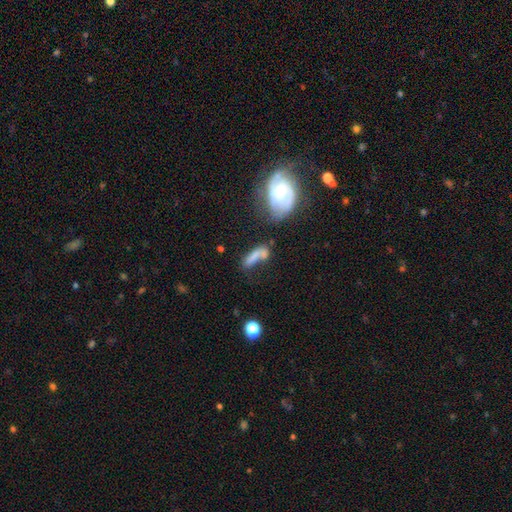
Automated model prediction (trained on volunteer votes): smooth_or_featured: smooth (p=0.65) [alt: featured or disk p=0.23]
how_rounded: in between (p=0.54) [alt: cigar-shaped p=0.41]
merging: merger (p=0.35) [alt: none p=0.30]